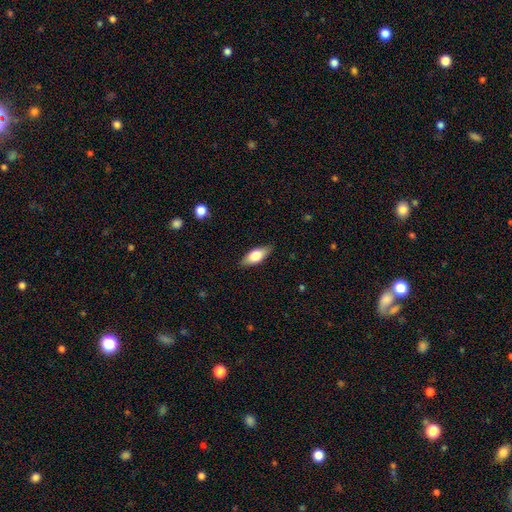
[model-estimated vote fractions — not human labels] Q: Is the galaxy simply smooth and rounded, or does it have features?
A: smooth — 66%.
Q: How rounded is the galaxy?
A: in between — 79%.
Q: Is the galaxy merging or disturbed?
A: none — 85%.